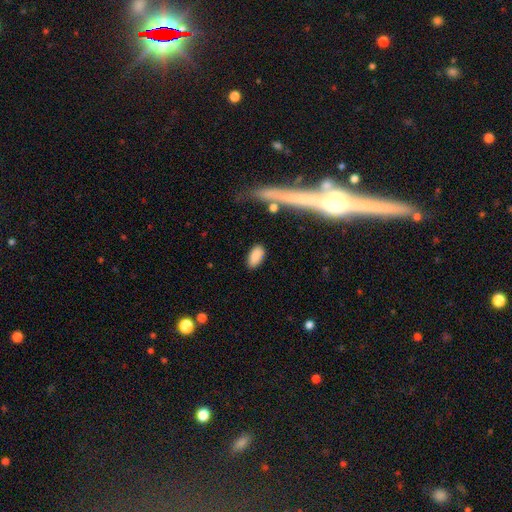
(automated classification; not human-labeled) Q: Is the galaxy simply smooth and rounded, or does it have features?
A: smooth — 86%.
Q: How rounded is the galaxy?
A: in between — 91%.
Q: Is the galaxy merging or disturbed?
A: none — 82%.